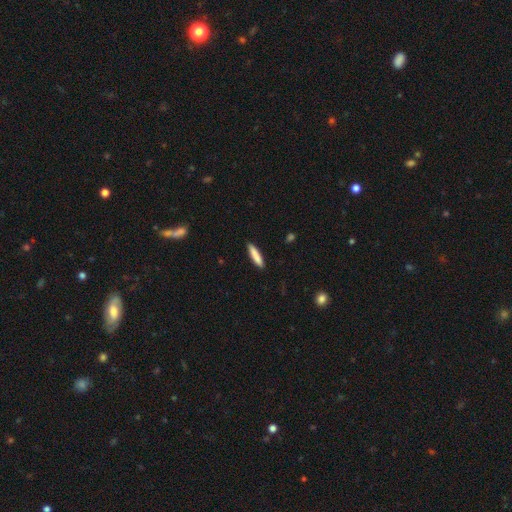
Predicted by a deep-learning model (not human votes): smooth_or_featured: smooth (p=0.85) [alt: featured or disk p=0.10]
how_rounded: cigar-shaped (p=0.87) [alt: in between p=0.12]
merging: none (p=0.90) [alt: minor disturbance p=0.07]